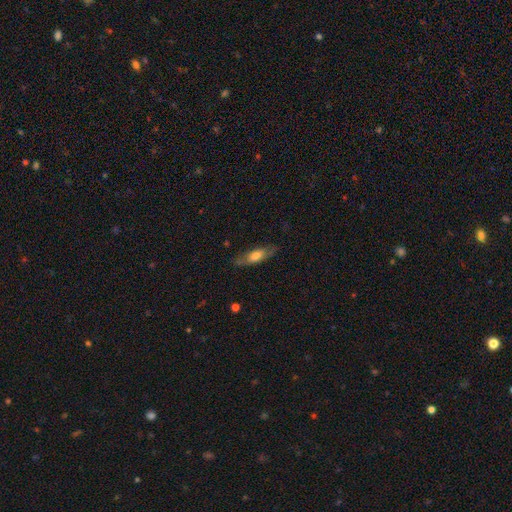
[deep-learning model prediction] A smooth galaxy with no disk features (56%) that is in between round and cigar-shaped (52%).

Vote fractions:
- Smooth or featured? smooth: 56% / featured or disk: 37% / star or artifact: 7%
- How rounded? in between: 52% / cigar-shaped: 46% / round: 2%
- Merging? none: 76% / minor disturbance: 17% / major disturbance: 5% / merger: 1%